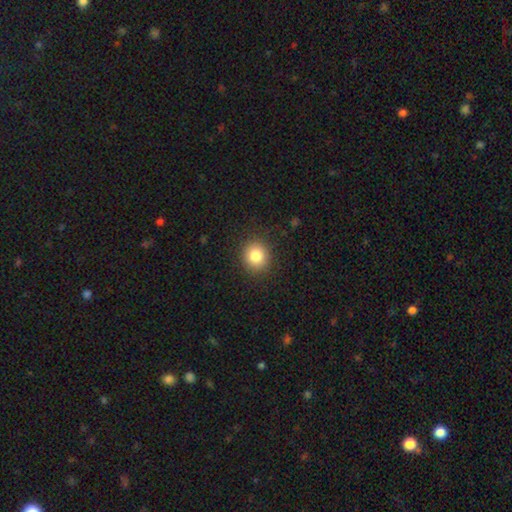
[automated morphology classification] A smooth galaxy with no disk features (84%) that is round (85%).

Vote fractions:
- Smooth or featured? smooth: 84% / star or artifact: 10% / featured or disk: 6%
- How rounded? round: 85% / in between: 14% / cigar-shaped: 1%
- Merging? none: 89% / minor disturbance: 7% / major disturbance: 3% / merger: 1%